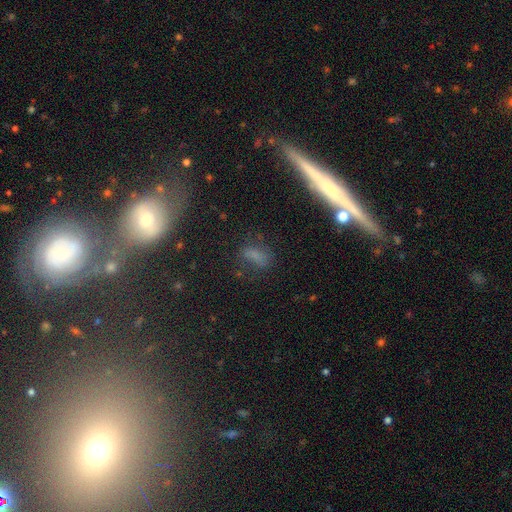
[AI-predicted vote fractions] This appears to be a smooth galaxy with no disk features (60%) that is in between round and cigar-shaped (70%). Merging: none (56%).